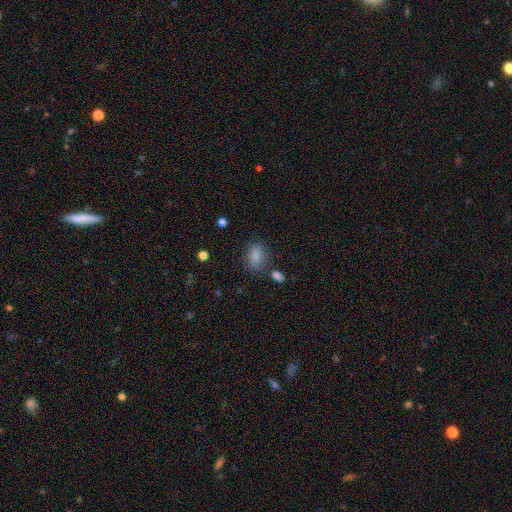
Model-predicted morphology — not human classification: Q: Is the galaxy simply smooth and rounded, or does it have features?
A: smooth — 85%.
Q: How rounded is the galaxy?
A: in between — 86%.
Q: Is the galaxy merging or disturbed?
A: none — 71%.